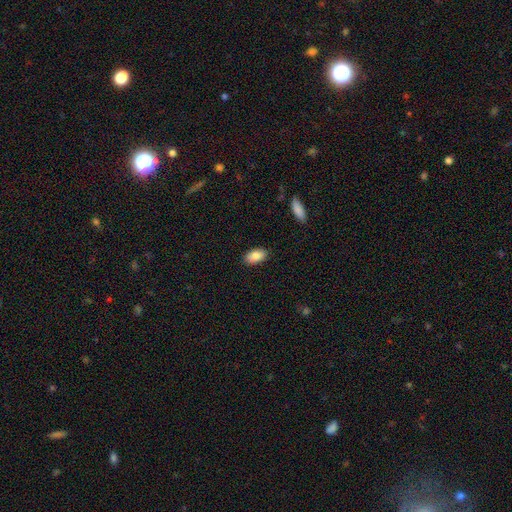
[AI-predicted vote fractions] A smooth galaxy with no disk features (85%) that is in between round and cigar-shaped (93%).

Vote fractions:
- Smooth or featured? smooth: 85% / featured or disk: 8% / star or artifact: 7%
- How rounded? in between: 93% / round: 5% / cigar-shaped: 2%
- Merging? none: 87% / minor disturbance: 10% / major disturbance: 2% / merger: 1%